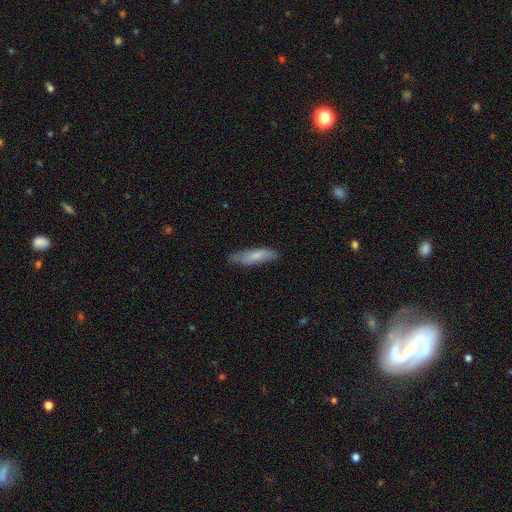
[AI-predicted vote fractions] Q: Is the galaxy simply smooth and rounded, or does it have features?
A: smooth — 69%.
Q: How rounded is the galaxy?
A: cigar-shaped — 62%.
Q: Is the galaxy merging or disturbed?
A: none — 77%.